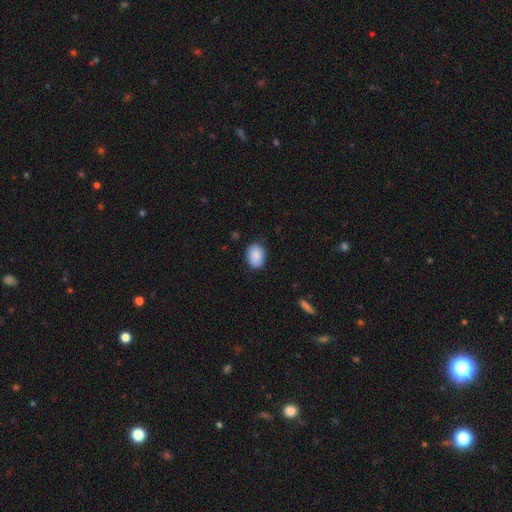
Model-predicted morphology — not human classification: Q: Smooth or featured?
A: smooth (89%); runner-up: star or artifact (7%)
Q: How rounded?
A: in between (71%); runner-up: round (28%)
Q: Merging?
A: none (84%); runner-up: minor disturbance (12%)